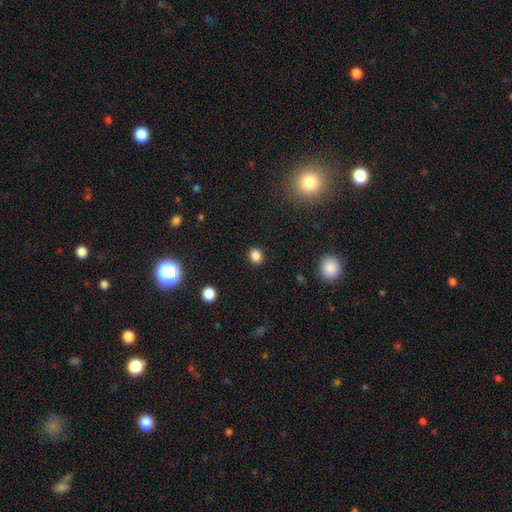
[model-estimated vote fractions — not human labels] Smooth or featured? Predicted: smooth (p=0.84). How rounded? Predicted: round (p=0.71). Merging? Predicted: none (p=0.90).